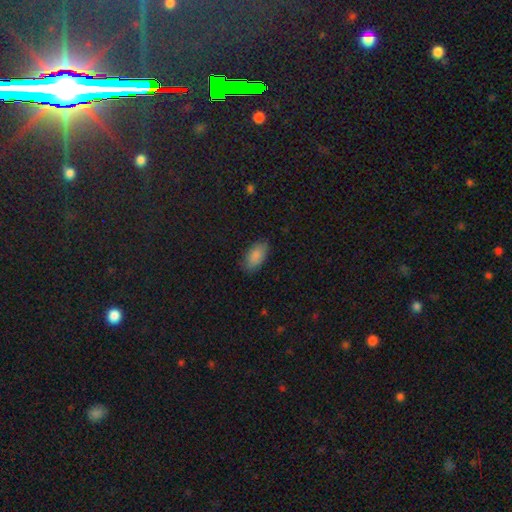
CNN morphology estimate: A smooth galaxy with no disk features (88%) that is in between round and cigar-shaped (93%). Merging: none (84%).